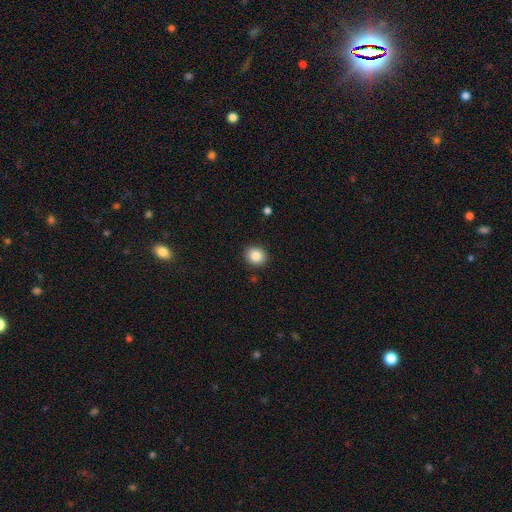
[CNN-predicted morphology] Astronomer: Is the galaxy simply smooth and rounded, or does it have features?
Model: smooth — 86%.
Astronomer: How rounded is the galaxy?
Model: round — 71%.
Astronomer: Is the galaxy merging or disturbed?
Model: none — 90%.